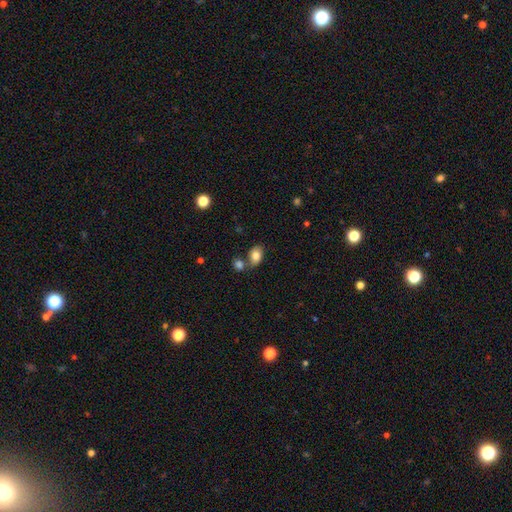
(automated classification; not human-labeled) smooth_or_featured: smooth (p=0.82) [alt: featured or disk p=0.10]
how_rounded: in between (p=0.78) [alt: round p=0.21]
merging: none (p=0.60) [alt: merger p=0.24]